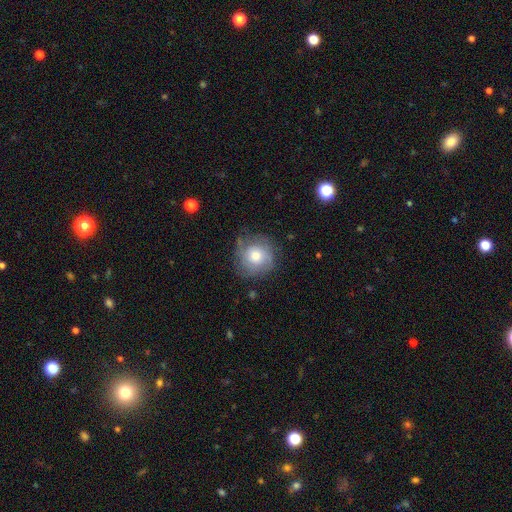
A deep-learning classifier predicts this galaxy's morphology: A smooth galaxy with no disk features (53%) that is round (90%). Merging: none (69%).